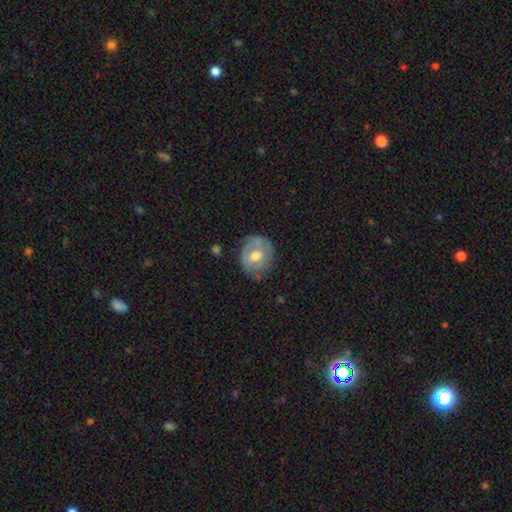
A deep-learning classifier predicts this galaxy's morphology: A featured or disk galaxy (54%) with no bar (70%), spiral arms (50%, tied with no) and a moderate central bulge (74%). Merging: none (67%).